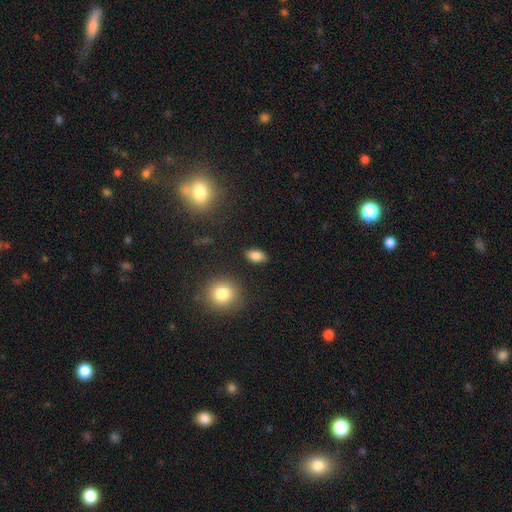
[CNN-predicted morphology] type=smooth (82%); roundness=in between (87%); merging=none (87%).